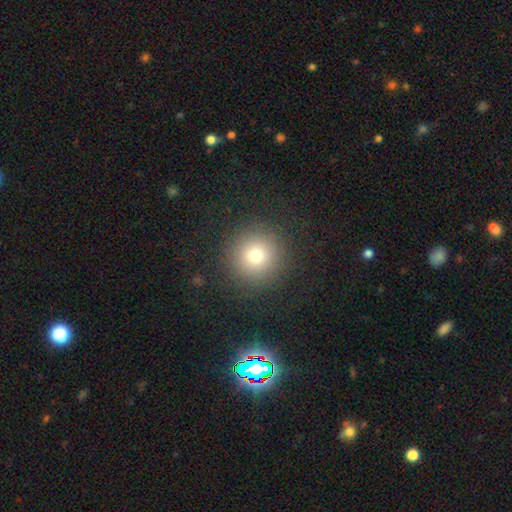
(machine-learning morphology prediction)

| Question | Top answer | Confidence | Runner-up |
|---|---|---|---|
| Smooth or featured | smooth | 74% | star or artifact (16%) |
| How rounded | round | 95% | in between (4%) |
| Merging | none | 90% | minor disturbance (6%) |